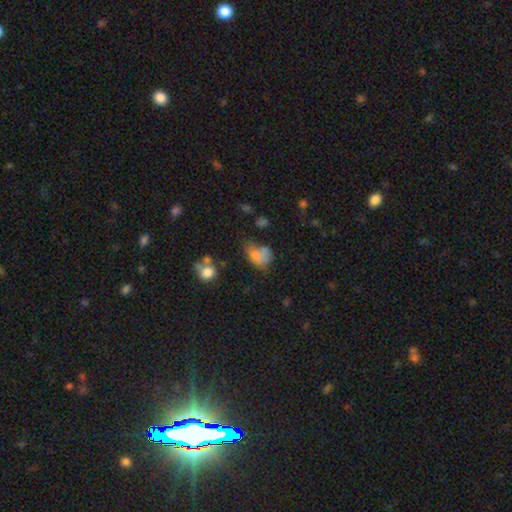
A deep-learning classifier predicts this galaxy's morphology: Smooth or featured: smooth — 71% (featured or disk — 16%)
How rounded: in between — 66% (round — 33%)
Merging: none — 27% (tied with major disturbance — 27%)